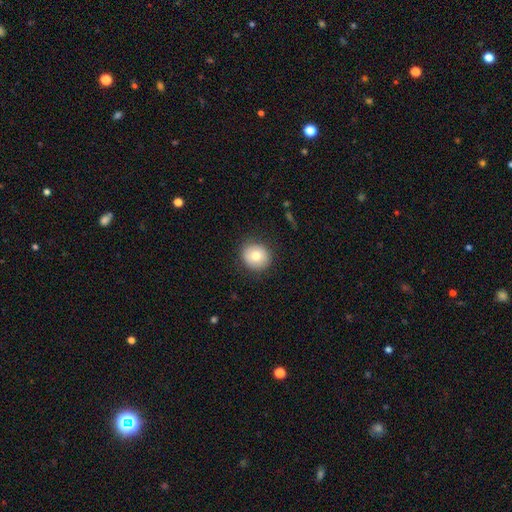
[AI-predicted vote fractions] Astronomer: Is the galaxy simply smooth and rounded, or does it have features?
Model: smooth — 79%.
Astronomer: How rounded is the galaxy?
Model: round — 82%.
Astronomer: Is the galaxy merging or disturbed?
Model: none — 86%.